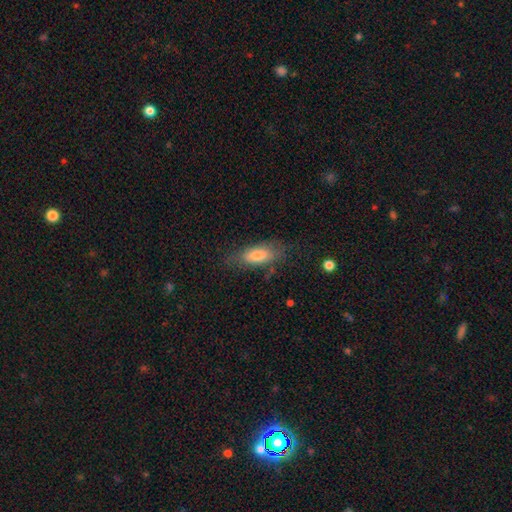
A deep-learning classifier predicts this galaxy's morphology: type=smooth (77%); roundness=in between (79%); merging=none (68%).